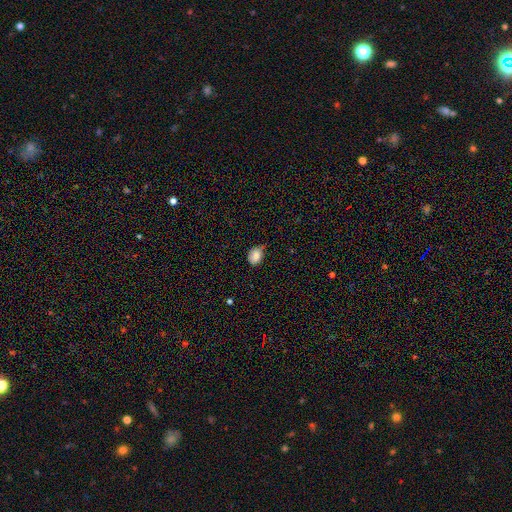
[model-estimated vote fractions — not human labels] Morphology: type=smooth (83%); roundness=in between (65%); merging=none (48%).